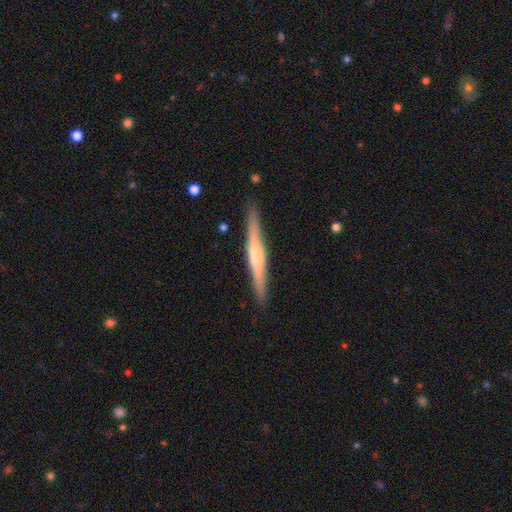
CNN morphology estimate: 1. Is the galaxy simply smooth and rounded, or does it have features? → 64% featured or disk, 31% smooth, 5% star or artifact.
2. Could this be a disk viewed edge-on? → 97% yes, 3% no.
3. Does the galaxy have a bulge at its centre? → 64% rounded, 25% none, 11% boxy.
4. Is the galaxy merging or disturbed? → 90% none, 7% minor disturbance, 1% major disturbance, 1% merger.